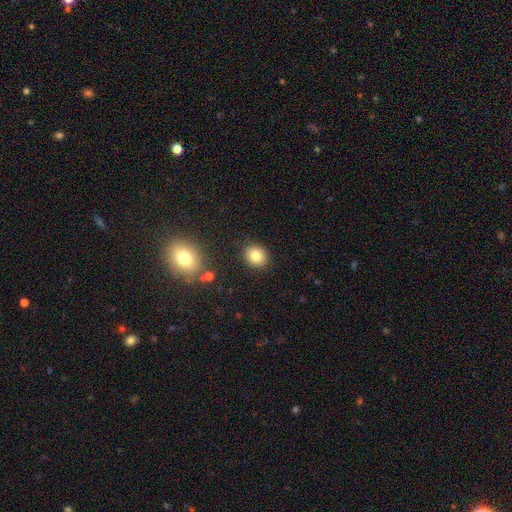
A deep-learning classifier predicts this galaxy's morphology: smooth-or-featured: smooth: 81% | star or artifact: 10% | featured or disk: 9%
  how-rounded: round: 73% | in between: 26% | cigar-shaped: 1%
  merging: none: 88% | minor disturbance: 8% | major disturbance: 2% | merger: 2%